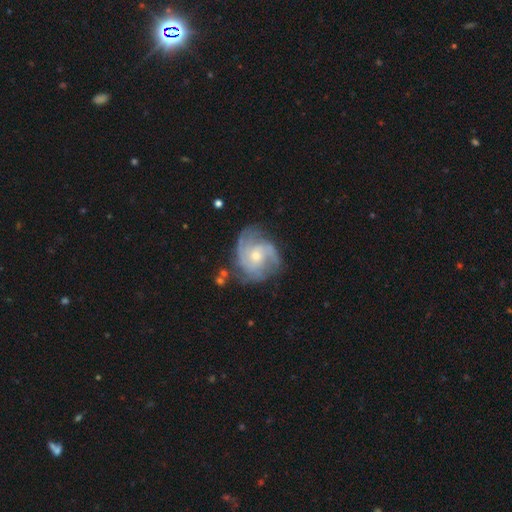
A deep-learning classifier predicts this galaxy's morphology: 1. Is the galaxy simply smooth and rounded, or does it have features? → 85% featured or disk, 9% smooth, 5% star or artifact.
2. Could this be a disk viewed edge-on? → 98% no, 2% yes.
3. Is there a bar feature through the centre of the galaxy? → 69% no, 27% weak, 4% strong.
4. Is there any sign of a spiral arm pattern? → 96% yes, 4% no.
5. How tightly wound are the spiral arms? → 47% tight, 41% medium, 12% loose.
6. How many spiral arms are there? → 33% 3, 22% can't tell, 20% 2, 14% 4, 6% more than 4, 6% 1.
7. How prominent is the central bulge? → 53% small, 43% moderate, 2% large, 1% none, 1% dominant.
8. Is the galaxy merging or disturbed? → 70% none, 20% minor disturbance, 8% major disturbance, 2% merger.